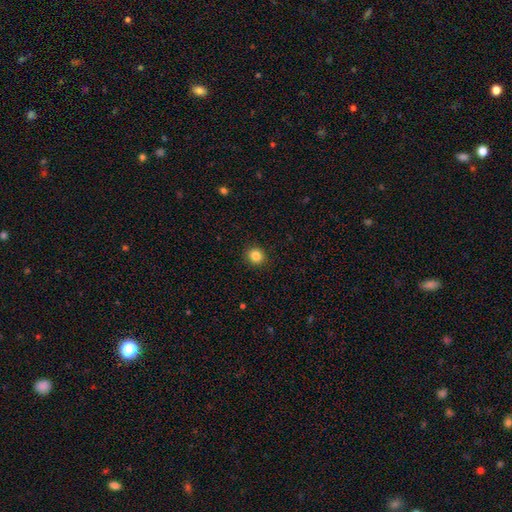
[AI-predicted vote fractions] smooth 84%, star or artifact 11%, featured or disk 5%. Down the decision tree: how rounded — round (89%); merging — none (92%).